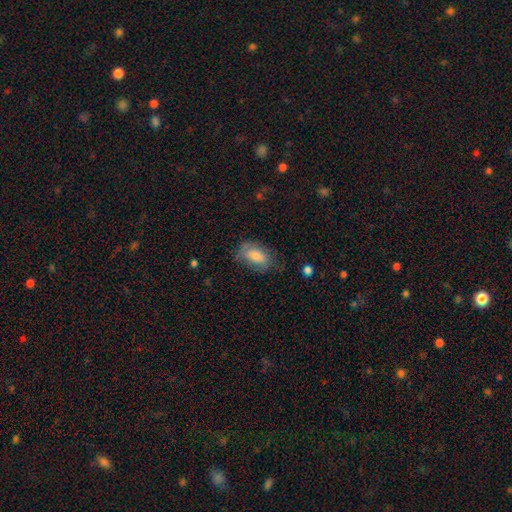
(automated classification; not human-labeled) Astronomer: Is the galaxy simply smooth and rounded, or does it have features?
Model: smooth — 71%.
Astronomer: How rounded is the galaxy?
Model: in between — 90%.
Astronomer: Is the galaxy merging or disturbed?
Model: none — 63%.